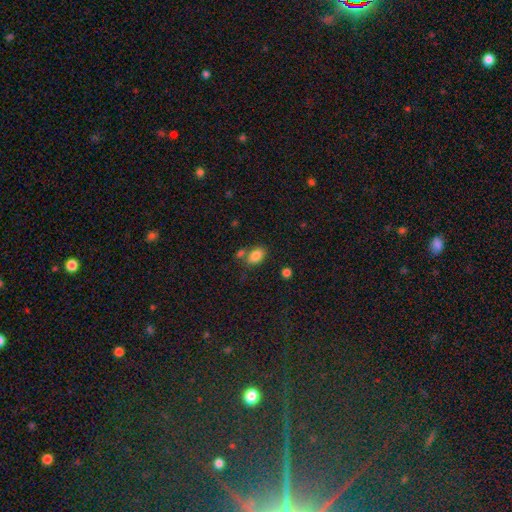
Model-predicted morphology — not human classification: Q: Smooth or featured?
A: smooth (84%); runner-up: star or artifact (10%)
Q: How rounded?
A: in between (87%); runner-up: round (11%)
Q: Merging?
A: none (62%); runner-up: merger (17%)